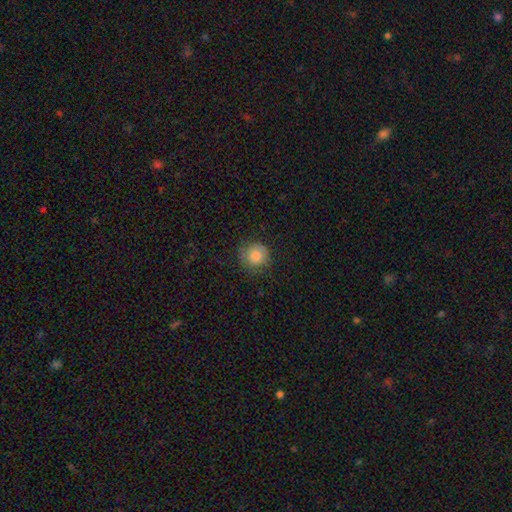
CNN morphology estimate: Smooth or featured: smooth — 82% (star or artifact — 9%)
How rounded: round — 93% (in between — 6%)
Merging: none — 79% (minor disturbance — 15%)